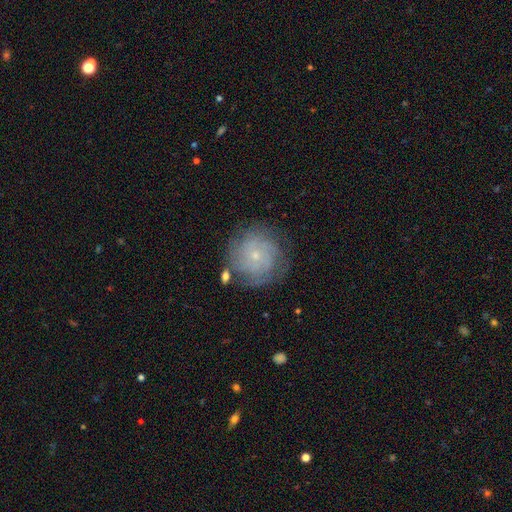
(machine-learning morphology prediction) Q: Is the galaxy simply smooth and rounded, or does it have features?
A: featured or disk — 68%.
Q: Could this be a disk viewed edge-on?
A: no — 98%.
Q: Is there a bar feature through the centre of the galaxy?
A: no — 82%.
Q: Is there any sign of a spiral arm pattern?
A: yes — 87%.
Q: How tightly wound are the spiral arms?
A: tight — 72%.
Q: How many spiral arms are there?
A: can't tell — 44%.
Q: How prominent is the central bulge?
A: small — 81%.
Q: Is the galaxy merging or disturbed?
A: none — 74%.